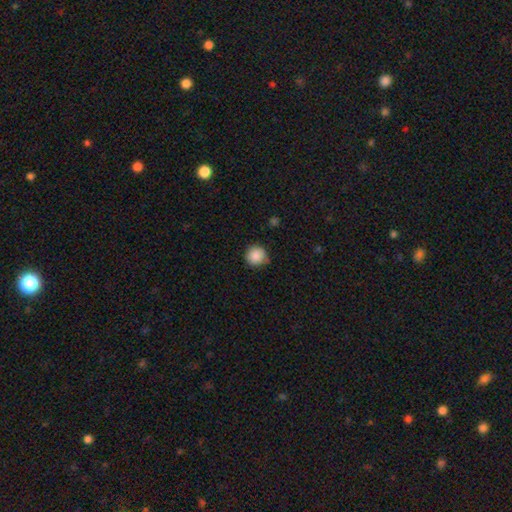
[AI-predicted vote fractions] Smooth or featured? Predicted: smooth (p=0.87). How rounded? Predicted: round (p=0.93). Merging? Predicted: none (p=0.77).